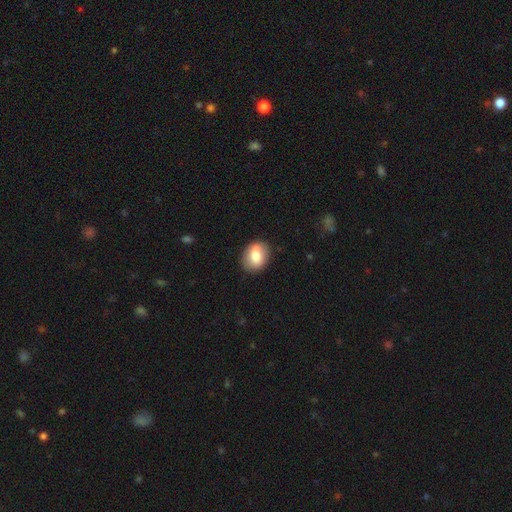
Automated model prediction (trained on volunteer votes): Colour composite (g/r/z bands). It shows a smooth galaxy with no disk features (76%) that is in between round and cigar-shaped (59%). Merging: none (72%).